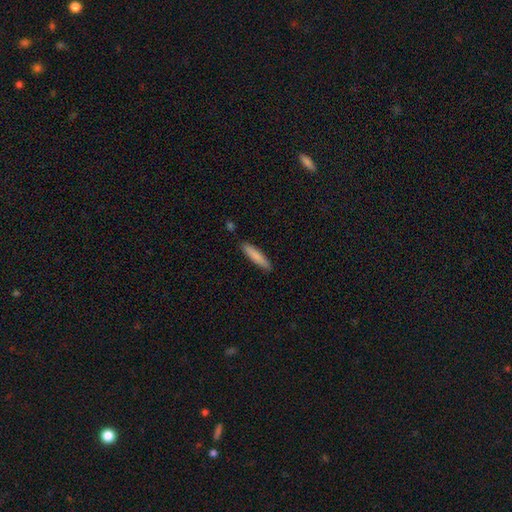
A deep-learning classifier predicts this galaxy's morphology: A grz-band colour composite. It shows a smooth galaxy with no disk features (84%) that is cigar-shaped (83%). Merging: none (88%).